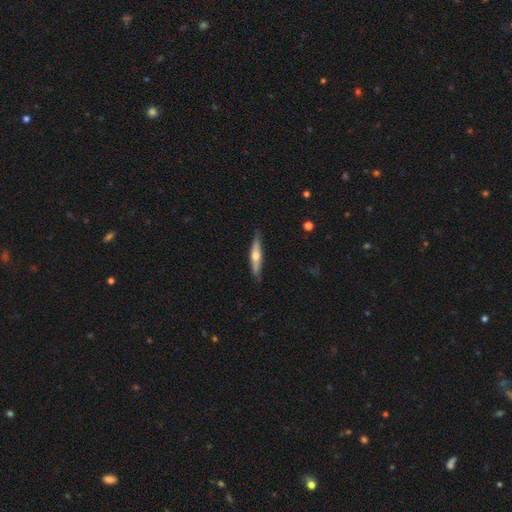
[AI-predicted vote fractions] This is possibly a featured or disk galaxy (56%). It is clearly viewed edge-on (93%). Edge-on bulge: clearly rounded (91%). Merging: clearly none (84%).